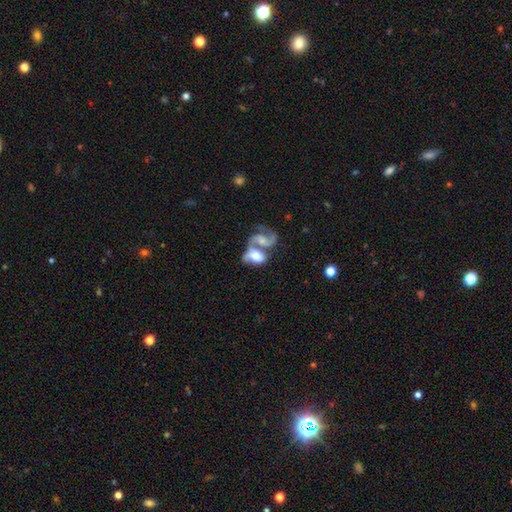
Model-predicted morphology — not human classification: Q: Smooth or featured?
A: featured or disk (60%); runner-up: smooth (32%)
Q: Edge-on disk?
A: no (96%); runner-up: yes (4%)
Q: Bar?
A: no (60%); runner-up: weak (29%)
Q: Spiral arms?
A: yes (77%); runner-up: no (23%)
Q: Bulge size?
A: moderate (34%); runner-up: large (30%)
Q: Merging?
A: merger (73%); runner-up: none (11%)